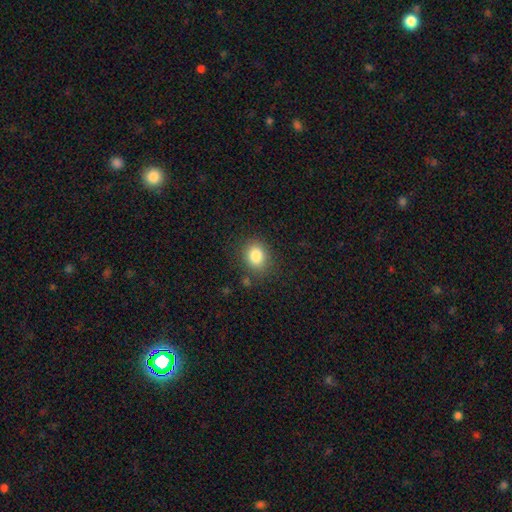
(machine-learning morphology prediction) Q: Smooth or featured?
A: smooth (83%); runner-up: star or artifact (10%)
Q: How rounded?
A: round (59%); runner-up: in between (40%)
Q: Merging?
A: none (82%); runner-up: minor disturbance (12%)